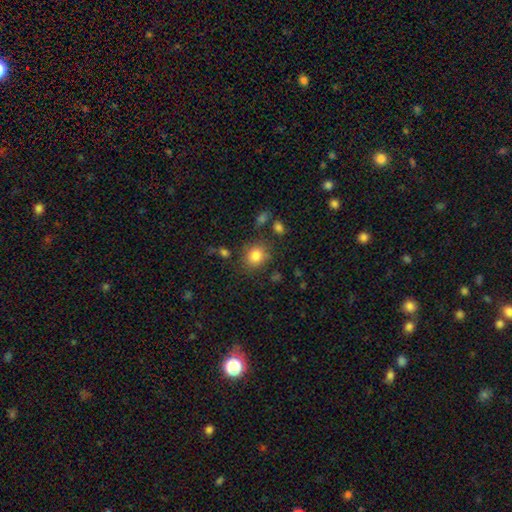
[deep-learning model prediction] Overall: smooth (83%). How rounded: round (69%; in between 30%). Merging: none (78%).